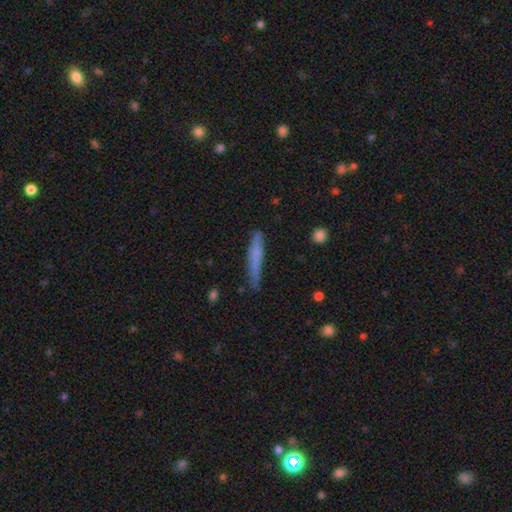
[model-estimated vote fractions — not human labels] Smooth or featured: smooth — 64% (featured or disk — 30%)
How rounded: cigar-shaped — 94% (in between — 4%)
Merging: none — 74% (minor disturbance — 19%)